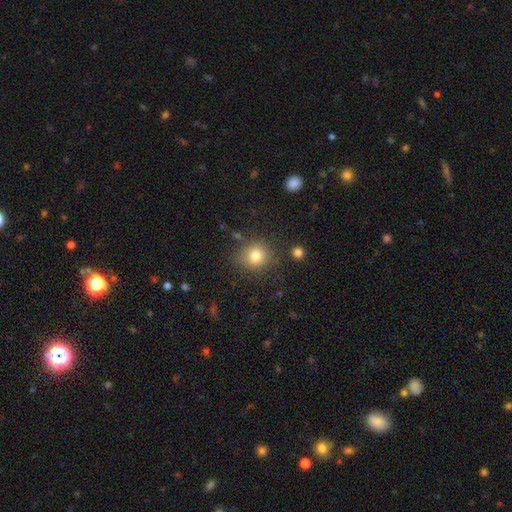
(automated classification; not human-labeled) A smooth galaxy with no disk features (80%) that is round (79%). Merging: none (80%).